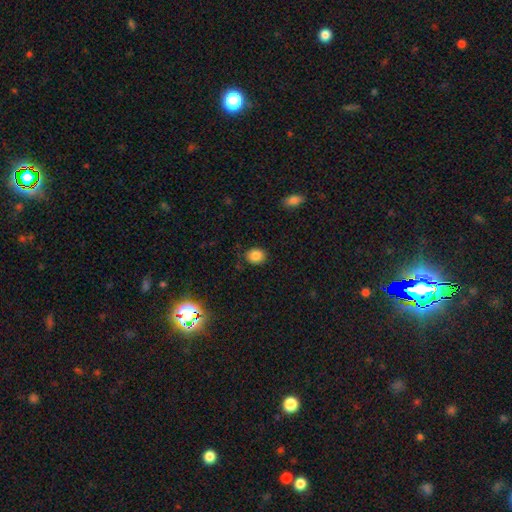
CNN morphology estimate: Smooth or featured?
  - smooth: 84% *
  - star or artifact: 11%
  - featured or disk: 5%
How rounded?
  - round: 68% *
  - in between: 31%
  - cigar-shaped: 1%
Merging?
  - none: 84% *
  - minor disturbance: 12%
  - major disturbance: 3%
  - merger: 1%